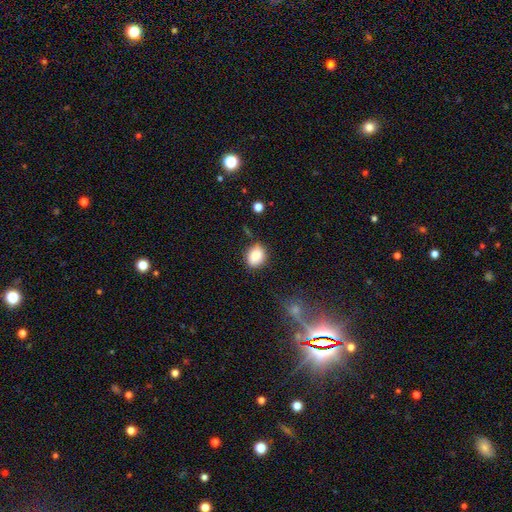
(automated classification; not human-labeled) smooth-or-featured: smooth: 85% | star or artifact: 9% | featured or disk: 6%
  how-rounded: in between: 56% | round: 42% | cigar-shaped: 1%
  merging: none: 75% | minor disturbance: 18% | major disturbance: 4% | merger: 3%